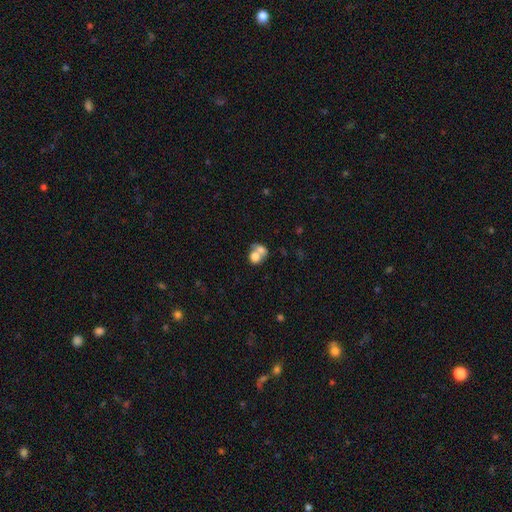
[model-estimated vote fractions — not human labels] The model was most divided on "how rounded": round: 57%, in between: 42%, cigar-shaped: 1%. More confident: smooth or featured — smooth (70%); merging — merger (68%).